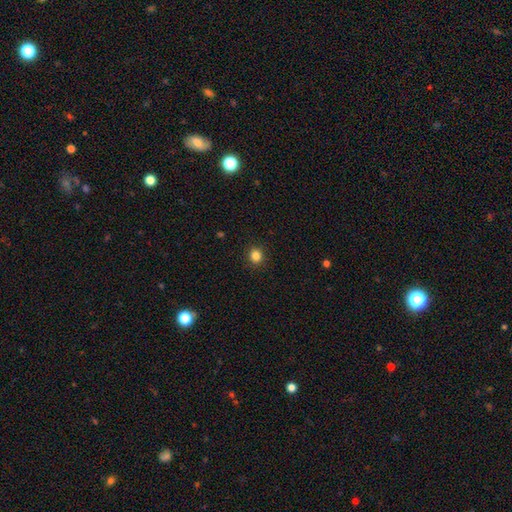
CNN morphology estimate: Q: Smooth or featured?
A: smooth (85%); runner-up: star or artifact (12%)
Q: How rounded?
A: round (90%); runner-up: in between (9%)
Q: Merging?
A: none (92%); runner-up: minor disturbance (5%)